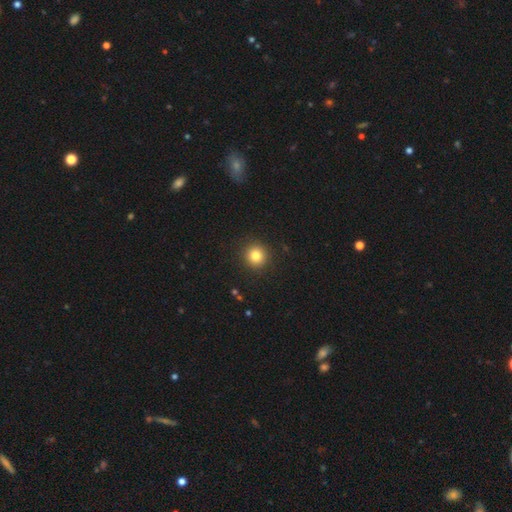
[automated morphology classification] Overall: smooth (82%). How rounded: round (94%). Merging: none (92%).